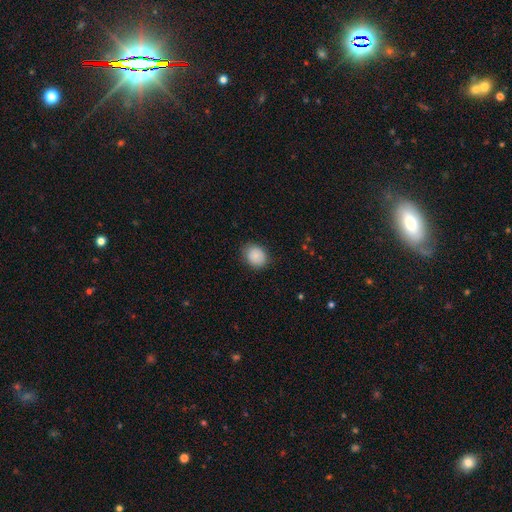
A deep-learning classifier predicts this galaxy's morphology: A smooth galaxy with no disk features (85%) that is round (60%).

Vote fractions:
- Smooth or featured? smooth: 85% / star or artifact: 8% / featured or disk: 7%
- How rounded? round: 60% / in between: 40% / cigar-shaped: 1%
- Merging? none: 83% / minor disturbance: 13% / major disturbance: 3% / merger: 1%